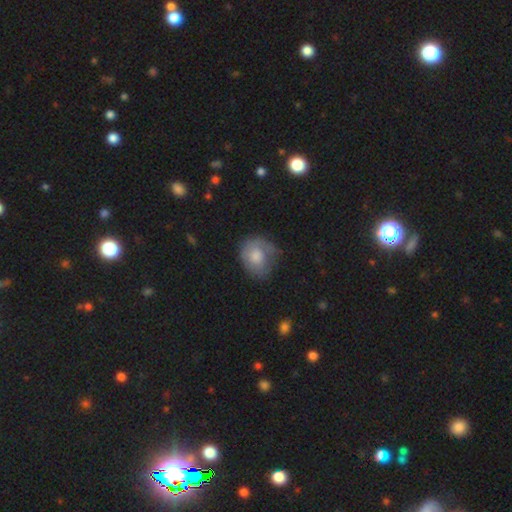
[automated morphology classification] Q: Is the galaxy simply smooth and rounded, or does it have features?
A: smooth — 66%.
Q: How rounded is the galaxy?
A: round — 61%.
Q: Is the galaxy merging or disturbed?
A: none — 52%.